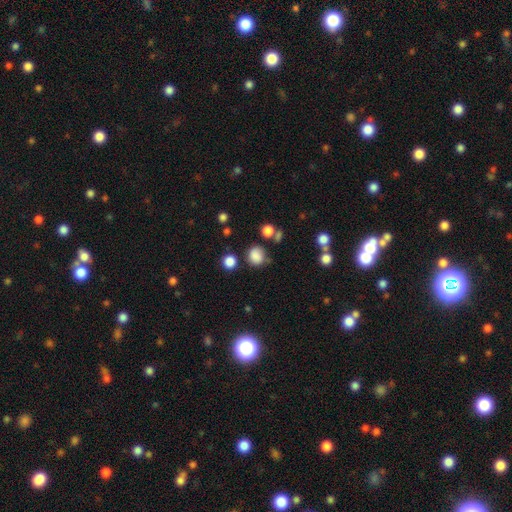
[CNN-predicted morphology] Smooth or featured: smooth — 82% (star or artifact — 12%)
How rounded: round — 79% (in between — 20%)
Merging: none — 72% (minor disturbance — 16%)